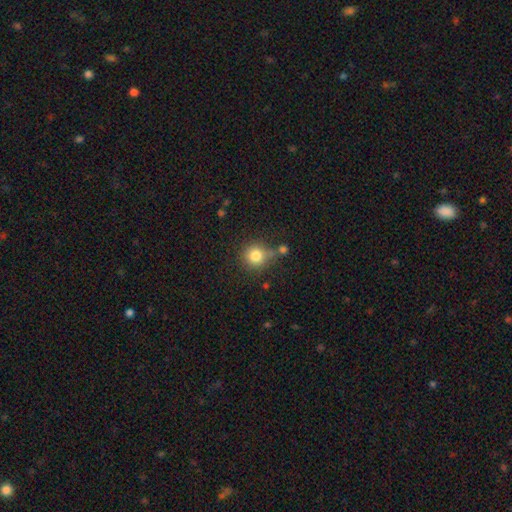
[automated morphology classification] smooth 81%, star or artifact 11%, featured or disk 7%. Down the decision tree: how rounded — round (92%); merging — none (66%).